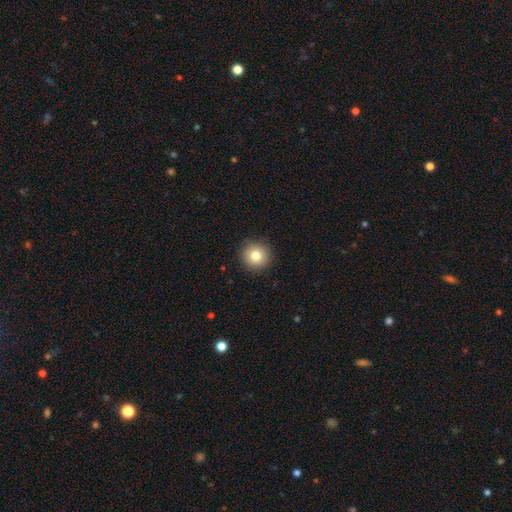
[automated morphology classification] A smooth galaxy with no disk features (80%) that is round (95%).

Vote fractions:
- Smooth or featured? smooth: 80% / star or artifact: 11% / featured or disk: 9%
- How rounded? round: 95% / in between: 4% / cigar-shaped: 1%
- Merging? none: 92% / minor disturbance: 6% / major disturbance: 2% / merger: 1%